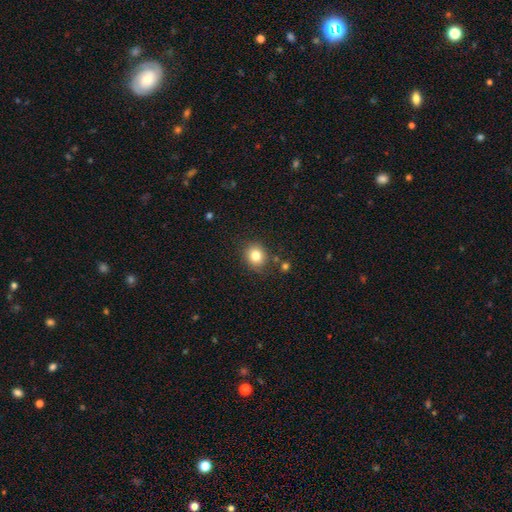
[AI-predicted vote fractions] This appears to be a smooth galaxy with no disk features (81%) that is round (77%). Merging: none (81%).